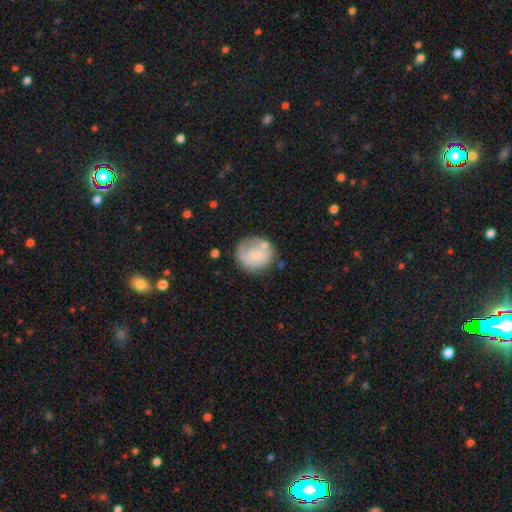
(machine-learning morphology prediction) Smooth or featured?
  - smooth: 55% *
  - featured or disk: 38%
  - star or artifact: 7%
How rounded?
  - round: 83% *
  - in between: 16%
  - cigar-shaped: 1%
Merging?
  - none: 56% *
  - minor disturbance: 23%
  - major disturbance: 12%
  - merger: 9%